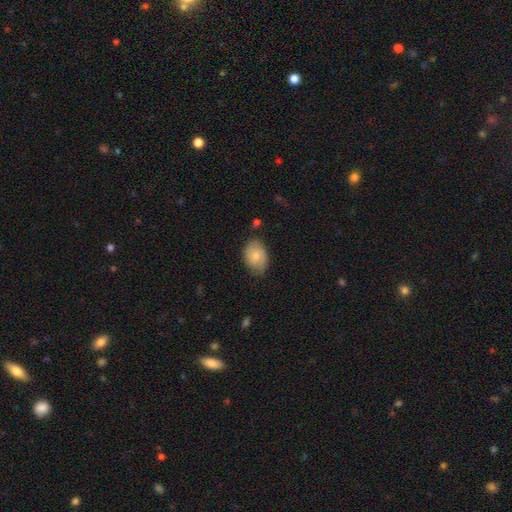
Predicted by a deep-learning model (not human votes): Smooth or featured: smooth — 70% (featured or disk — 24%)
How rounded: in between — 77% (round — 22%)
Merging: none — 70% (minor disturbance — 23%)